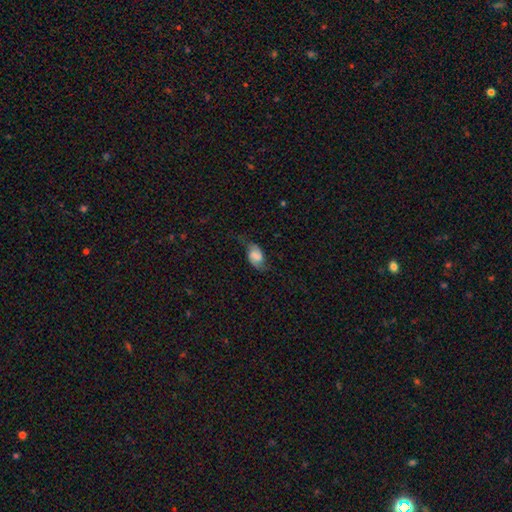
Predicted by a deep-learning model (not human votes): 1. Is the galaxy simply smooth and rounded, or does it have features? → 46% smooth, 44% featured or disk, 10% star or artifact.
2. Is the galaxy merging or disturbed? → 55% none, 25% minor disturbance, 17% major disturbance, 2% merger.